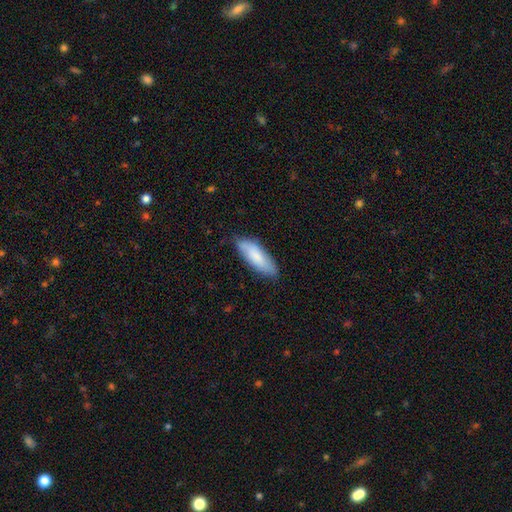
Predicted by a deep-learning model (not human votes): Smooth or featured: smooth — 80% (featured or disk — 14%)
How rounded: in between — 62% (cigar-shaped — 36%)
Merging: none — 78% (minor disturbance — 18%)